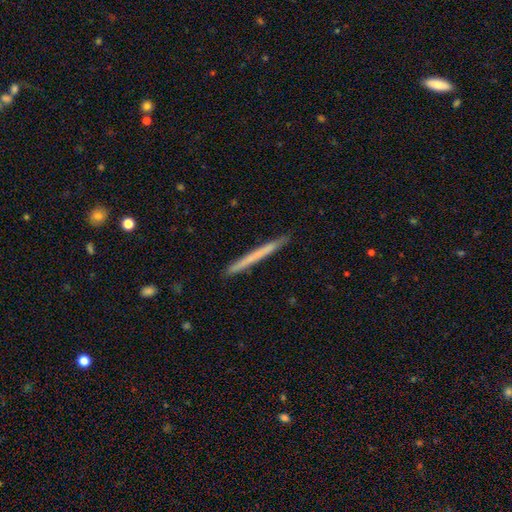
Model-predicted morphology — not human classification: A smooth galaxy with no disk features (57%) that is cigar-shaped (98%).

Vote fractions:
- Smooth or featured? smooth: 57% / featured or disk: 37% / star or artifact: 6%
- How rounded? cigar-shaped: 98% / in between: 1% / round: 1%
- Merging? none: 91% / minor disturbance: 6% / major disturbance: 1% / merger: 1%